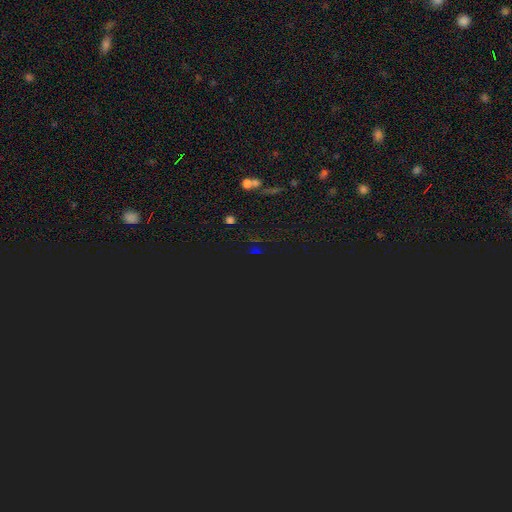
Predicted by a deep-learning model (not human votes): A star or artifact, not a galaxy (79%).